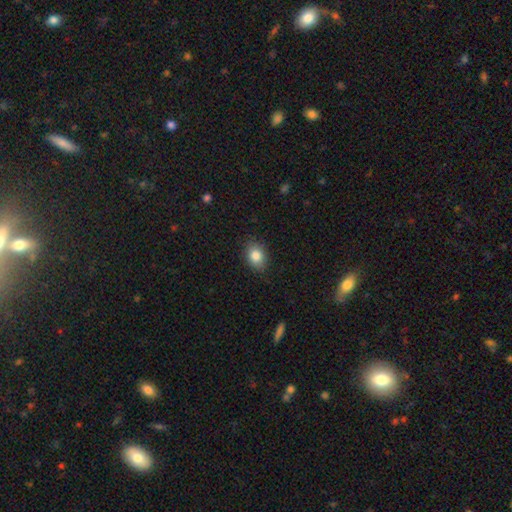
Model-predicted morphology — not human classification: Smooth or featured: smooth — 84% (star or artifact — 9%)
How rounded: in between — 68% (round — 31%)
Merging: none — 85% (minor disturbance — 11%)